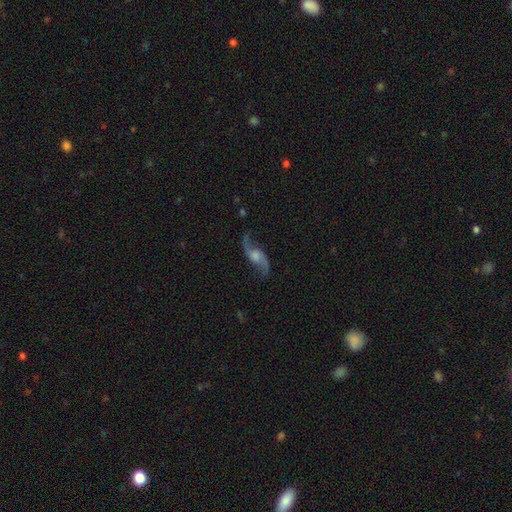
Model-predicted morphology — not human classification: A featured or disk galaxy (87%) with no bar (61%), 2 (94%) loose (82%) spiral arms (96%) and a moderate central bulge (37%). Merging: none (79%).